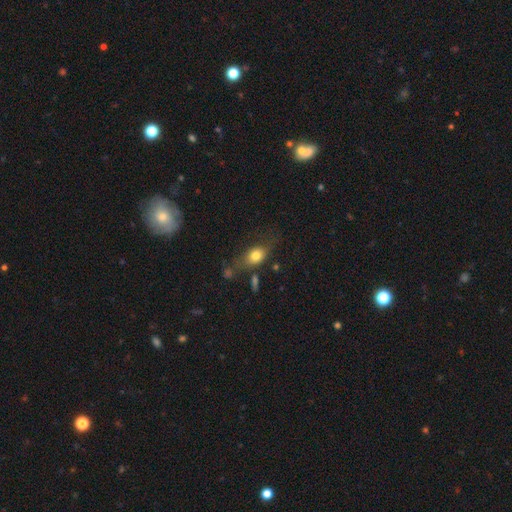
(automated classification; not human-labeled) This is likely a smooth galaxy (77%). How rounded: likely in between (68%). Merging: possibly none (52%).